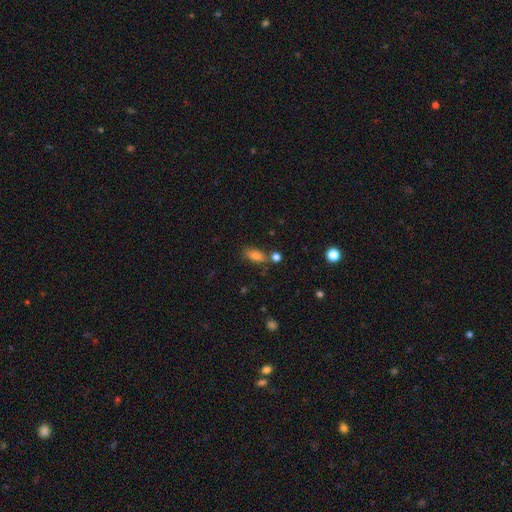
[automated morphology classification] This is likely a smooth galaxy (80%). How rounded: clearly in between (81%). Merging: likely none (68%).